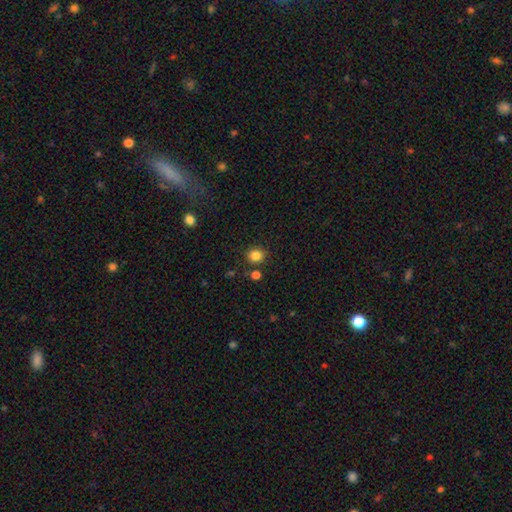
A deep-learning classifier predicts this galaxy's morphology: This appears to be a smooth galaxy with no disk features (84%) that is round (81%). Merging: none (83%).